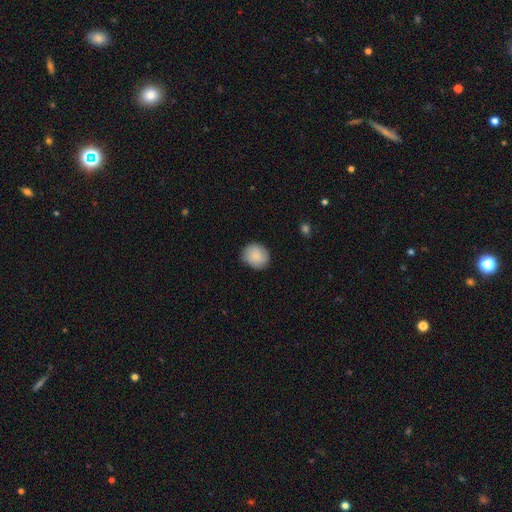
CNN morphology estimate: A smooth galaxy with no disk features (86%) that is round (78%). Merging: none (85%).